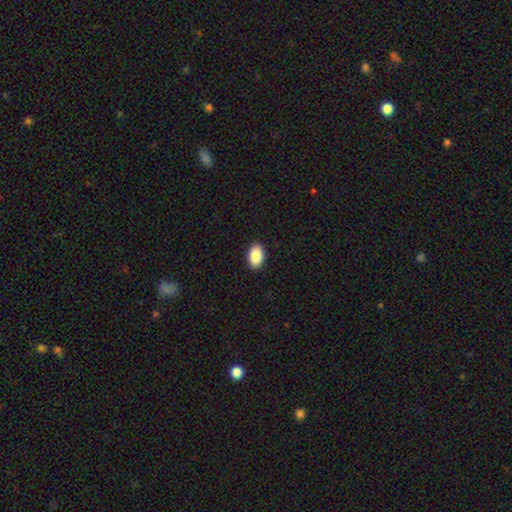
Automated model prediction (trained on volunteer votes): smooth 89%, star or artifact 7%, featured or disk 4%. Down the decision tree: how rounded — in between (90%); merging — none (91%).